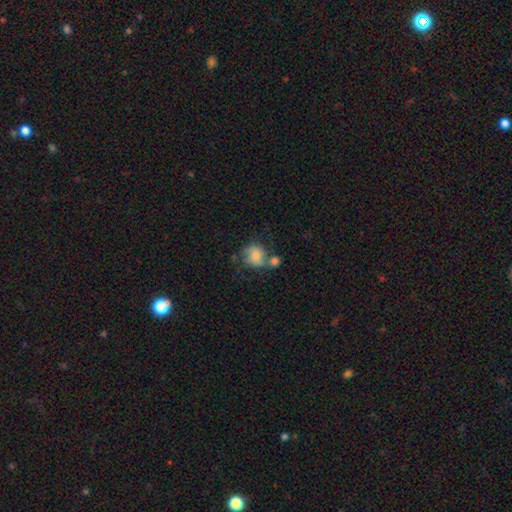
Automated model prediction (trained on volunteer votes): Smooth or featured? Predicted: smooth (p=0.58). How rounded? Predicted: round (p=0.71). Merging? Predicted: none (p=0.36).